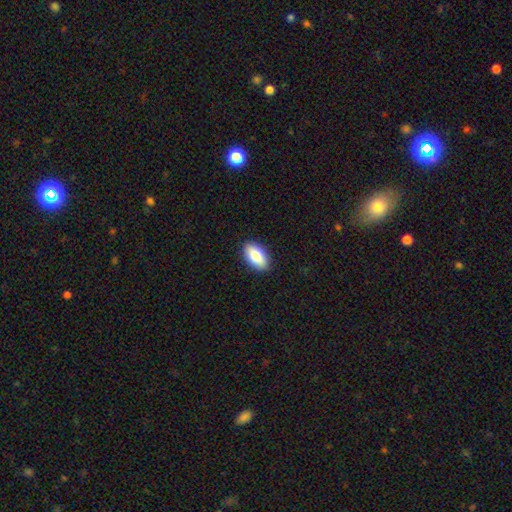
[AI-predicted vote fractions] Morphology: type=smooth (83%); roundness=in between (93%); merging=none (90%).